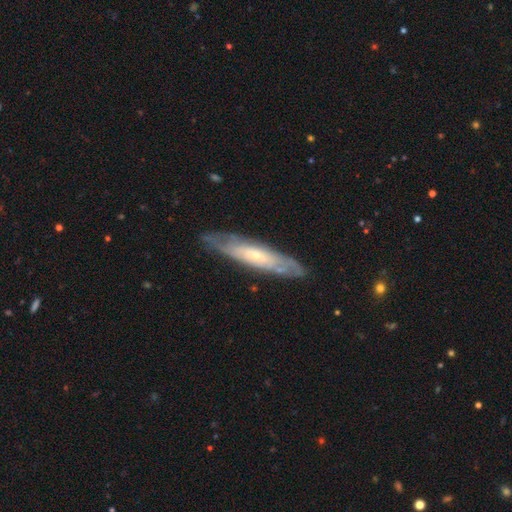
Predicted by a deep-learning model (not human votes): Smooth or featured: featured or disk — 67% (smooth — 27%)
Edge-on disk: no — 56% (yes — 44%)
Merging: none — 79% (minor disturbance — 16%)